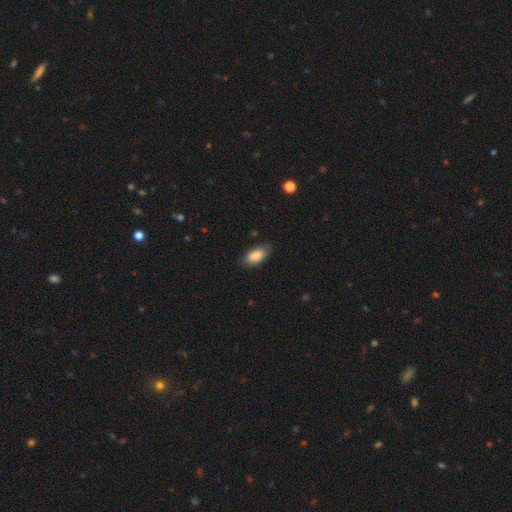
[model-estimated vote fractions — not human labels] smooth_or_featured: smooth (p=0.86) [alt: featured or disk p=0.08]
how_rounded: in between (p=0.91) [alt: cigar-shaped p=0.06]
merging: none (p=0.81) [alt: minor disturbance p=0.15]